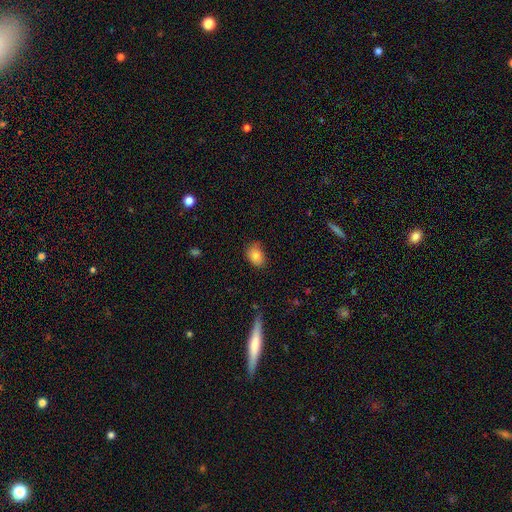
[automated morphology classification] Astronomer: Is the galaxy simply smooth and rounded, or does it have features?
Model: smooth — 86%.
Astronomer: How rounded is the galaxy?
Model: in between — 77%.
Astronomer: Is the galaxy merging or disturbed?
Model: none — 74%.